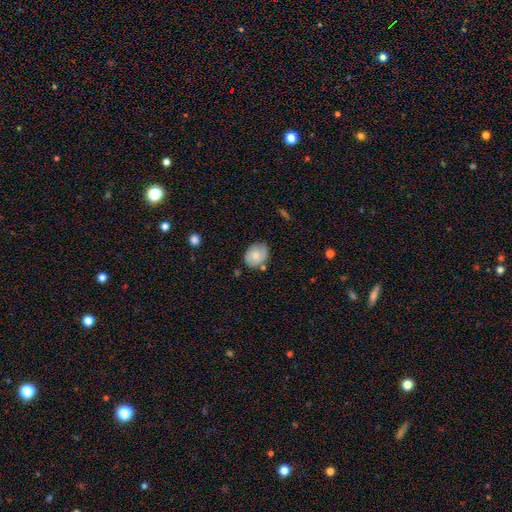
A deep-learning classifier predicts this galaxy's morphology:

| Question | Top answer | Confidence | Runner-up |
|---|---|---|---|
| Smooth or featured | smooth | 57% | featured or disk (35%) |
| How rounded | round | 54% | in between (45%) |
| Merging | none | 68% | minor disturbance (23%) |